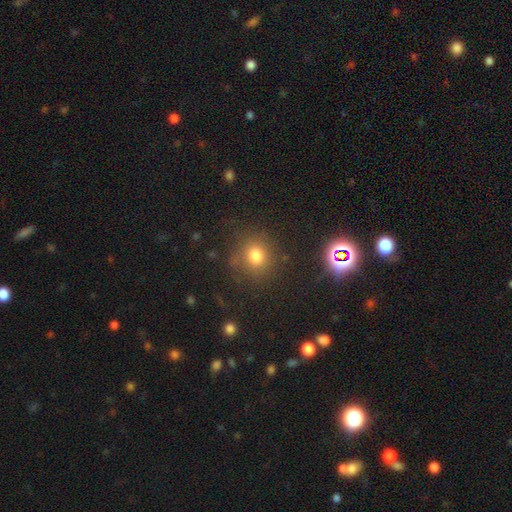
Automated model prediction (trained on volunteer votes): Smooth or featured?
  - smooth: 74% *
  - star or artifact: 17%
  - featured or disk: 8%
How rounded?
  - round: 83% *
  - in between: 16%
  - cigar-shaped: 1%
Merging?
  - none: 79% *
  - minor disturbance: 12%
  - major disturbance: 6%
  - merger: 3%